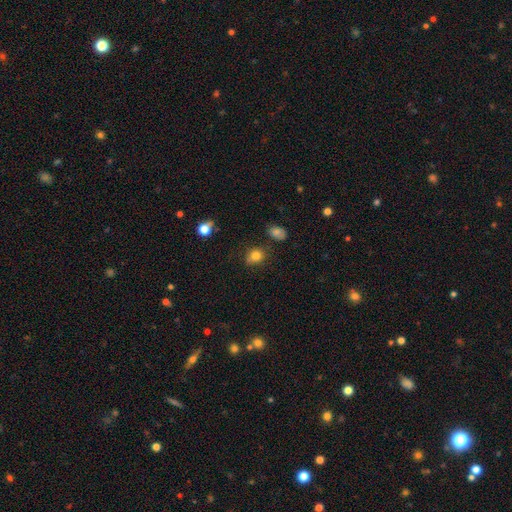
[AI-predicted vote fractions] Smooth or featured? smooth (81%)
How rounded? round (52%)
Merging? none (69%)